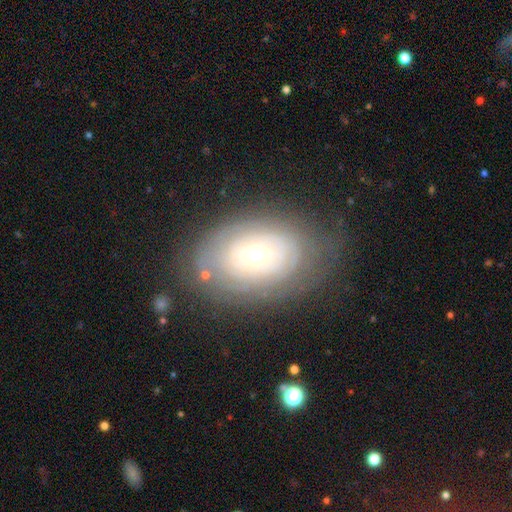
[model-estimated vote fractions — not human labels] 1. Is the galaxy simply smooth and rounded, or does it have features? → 58% featured or disk, 34% smooth, 9% star or artifact.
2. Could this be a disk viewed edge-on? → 94% no, 6% yes.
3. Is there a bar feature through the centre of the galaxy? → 87% no, 10% weak, 3% strong.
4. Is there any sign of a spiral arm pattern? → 52% yes, 48% no.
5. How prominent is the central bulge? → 52% moderate, 40% small, 6% large, 1% dominant, 1% none.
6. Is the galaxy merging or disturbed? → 70% none, 19% minor disturbance, 9% major disturbance, 2% merger.